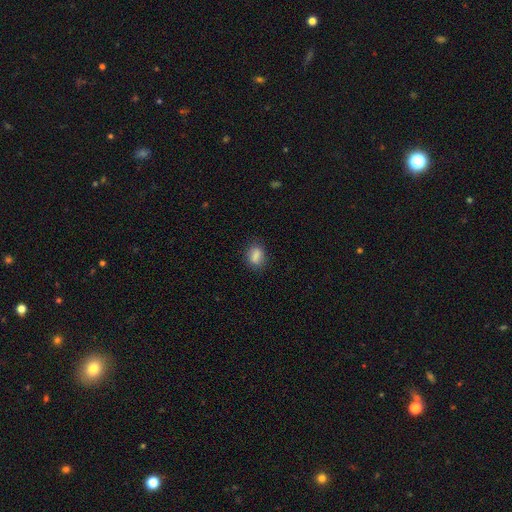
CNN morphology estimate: type=smooth (84%); roundness=in between (74%); merging=none (80%).